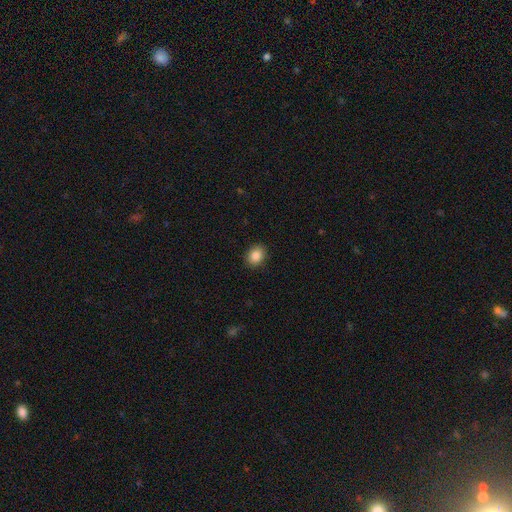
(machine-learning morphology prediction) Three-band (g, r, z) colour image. It shows a smooth galaxy with no disk features (86%) that is in between round and cigar-shaped (52%). Merging: none (90%).